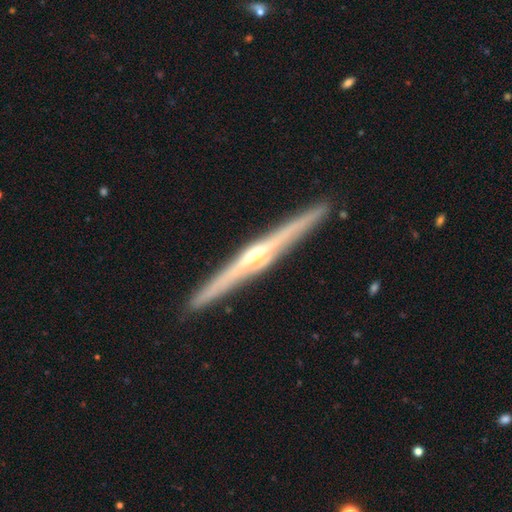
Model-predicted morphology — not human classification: Smooth or featured?
  - featured or disk: 85% *
  - smooth: 10%
  - star or artifact: 5%
Edge-on disk?
  - yes: 98% *
  - no: 2%
Edge-on bulge?
  - rounded: 83% *
  - none: 10%
  - boxy: 6%
Merging?
  - none: 93% *
  - minor disturbance: 5%
  - major disturbance: 1%
  - merger: 1%